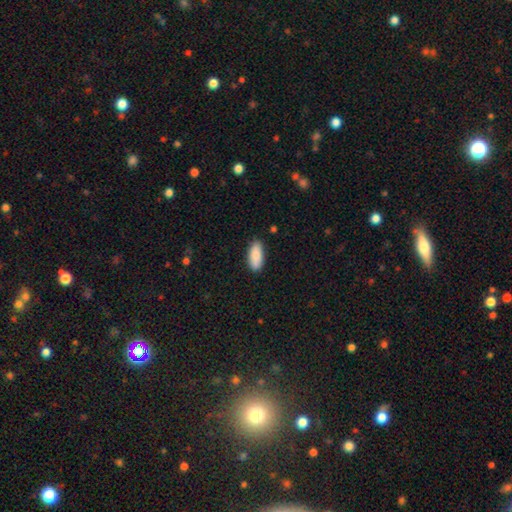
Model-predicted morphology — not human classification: smooth-or-featured: smooth: 87% | featured or disk: 7% | star or artifact: 6%
  how-rounded: in between: 86% | cigar-shaped: 12% | round: 2%
  merging: none: 86% | minor disturbance: 11% | major disturbance: 2% | merger: 1%